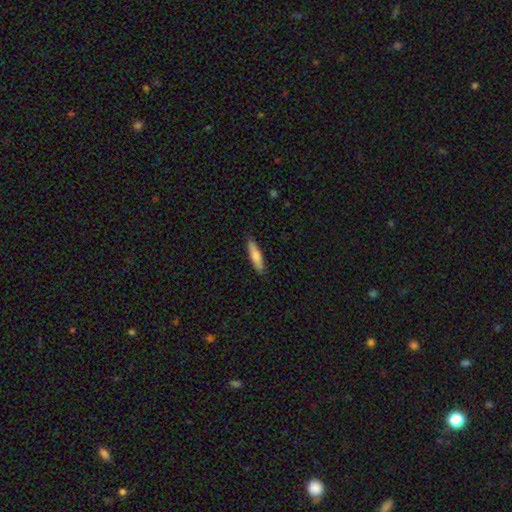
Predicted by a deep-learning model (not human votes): Smooth or featured? smooth (73%)
How rounded? cigar-shaped (78%)
Merging? none (89%)